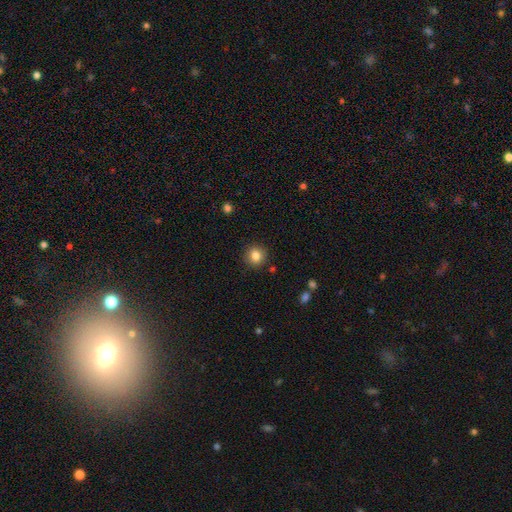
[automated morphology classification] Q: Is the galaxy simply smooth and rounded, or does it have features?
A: smooth — 83%.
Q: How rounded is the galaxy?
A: round — 89%.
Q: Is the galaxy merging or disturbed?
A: none — 90%.